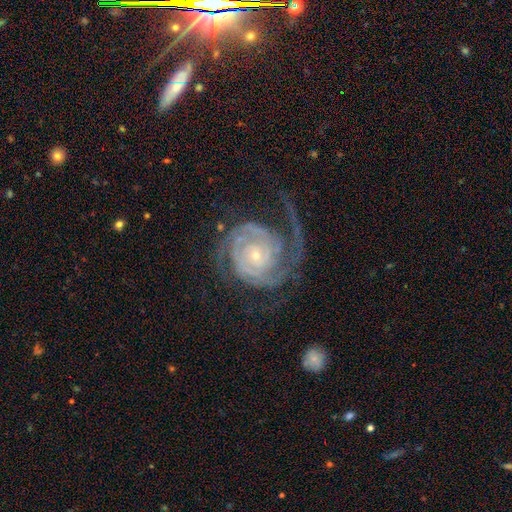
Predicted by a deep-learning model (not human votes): smooth_or_featured: featured or disk (p=0.91) [alt: star or artifact p=0.05]
disk_edge_on: no (p=0.98) [alt: yes p=0.02]
bar: no (p=0.73) [alt: weak p=0.19]
has_spiral_arms: yes (p=0.98) [alt: no p=0.02]
spiral_winding: tight (p=0.69) [alt: medium p=0.25]
spiral_arm_count: 2 (p=0.54) [alt: 3 p=0.17]
bulge_size: small (p=0.78) [alt: moderate p=0.18]
merging: none (p=0.62) [alt: major disturbance p=0.20]